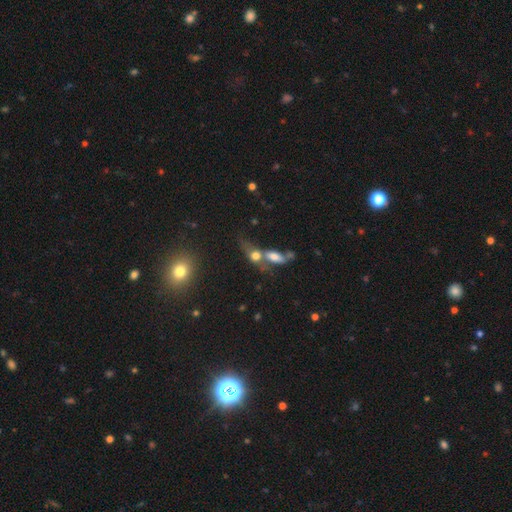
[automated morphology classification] Smooth or featured? Predicted: smooth (p=0.61). How rounded? Predicted: in between (p=0.60). Merging? Predicted: merger (p=0.61).